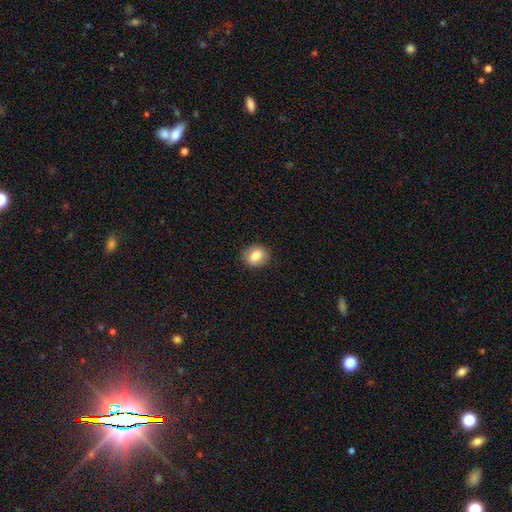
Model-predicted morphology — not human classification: Q: Smooth or featured?
A: smooth (82%); runner-up: featured or disk (10%)
Q: How rounded?
A: round (52%); runner-up: in between (47%)
Q: Merging?
A: none (84%); runner-up: minor disturbance (12%)